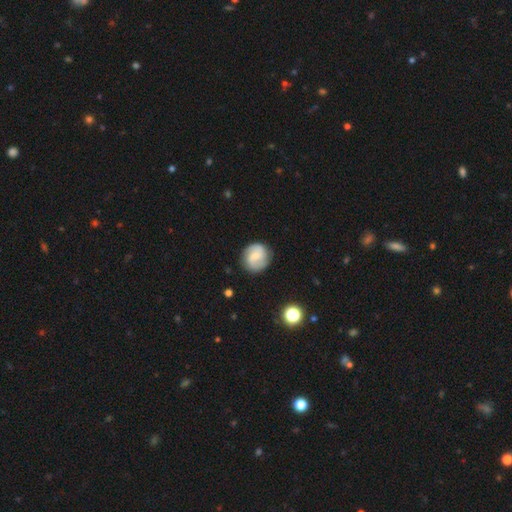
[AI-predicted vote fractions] Morphology: type=featured or disk (54%); edge-on=no (98%); bar=weak (47%); spiral arms=yes (89%); bulge=small (55%); merging=none (82%).